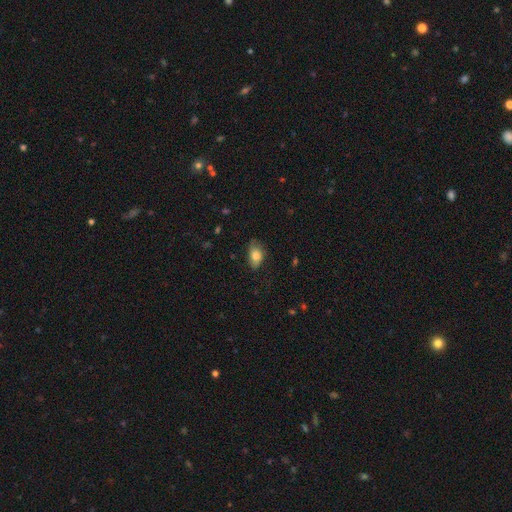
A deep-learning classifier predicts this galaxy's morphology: Smooth or featured? Predicted: smooth (p=0.79). How rounded? Predicted: in between (p=0.88). Merging? Predicted: none (p=0.69).